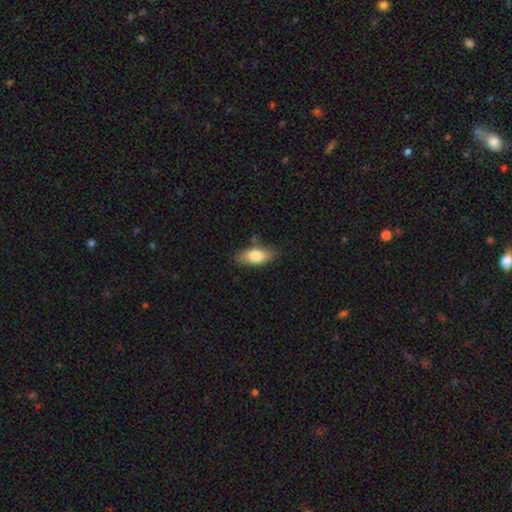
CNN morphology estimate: This appears to be a smooth galaxy with no disk features (79%) that is in between round and cigar-shaped (84%). Merging: none (75%).